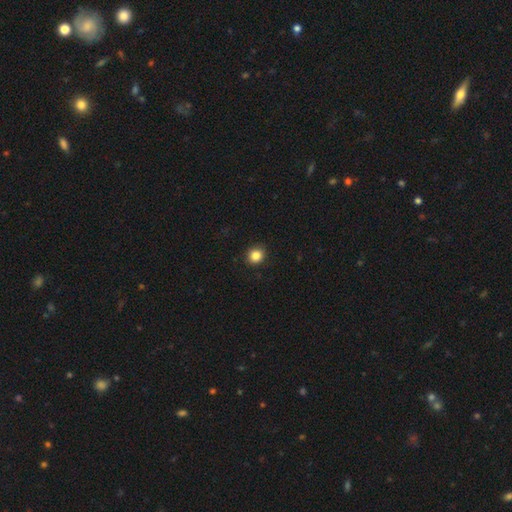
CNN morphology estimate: This is clearly a smooth galaxy (85%). How rounded: clearly round (85%). Merging: clearly none (91%).